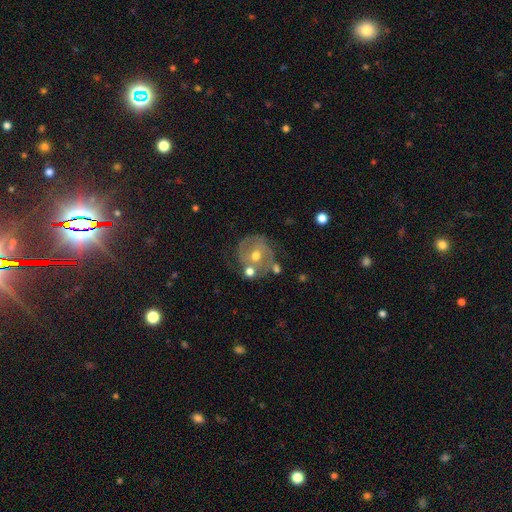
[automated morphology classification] This is likely a featured or disk galaxy (63%). It is clearly not viewed edge-on (97%). Bar: likely no (60%). Spiral arm pattern: likely yes (66%). Central bulge: likely moderate (71%). Merging: possibly none (59%).